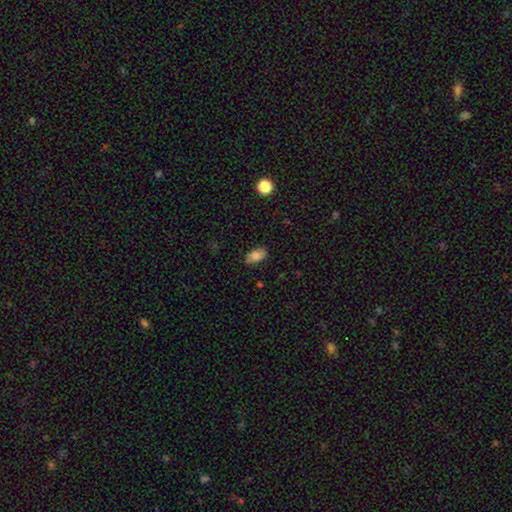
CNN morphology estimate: Smooth or featured: smooth — 80% (featured or disk — 11%)
How rounded: in between — 92% (round — 5%)
Merging: none — 79% (minor disturbance — 17%)